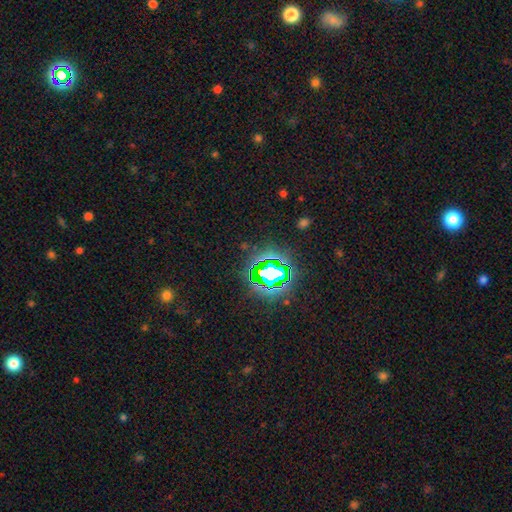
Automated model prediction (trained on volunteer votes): The model was most divided on "smooth or featured": star or artifact: 79%, smooth: 12%, featured or disk: 9%.